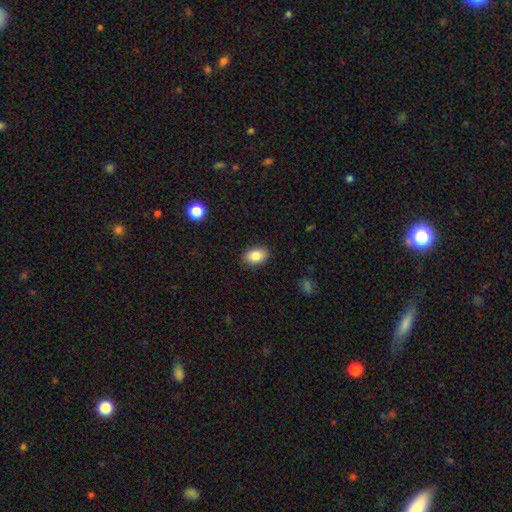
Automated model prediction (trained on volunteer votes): Q: Smooth or featured?
A: smooth (85%); runner-up: star or artifact (8%)
Q: How rounded?
A: in between (83%); runner-up: round (16%)
Q: Merging?
A: none (87%); runner-up: minor disturbance (10%)